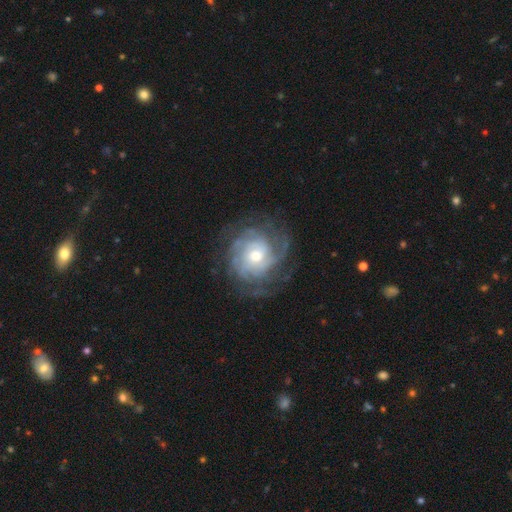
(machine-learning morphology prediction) Smooth or featured? featured or disk (84%)
Edge-on disk? no (98%)
Bar? no (73%)
Spiral arms? yes (95%)
Spiral winding? tight (65%)
Spiral arm count? can't tell (38%)
Bulge size? moderate (61%)
Merging? none (72%)